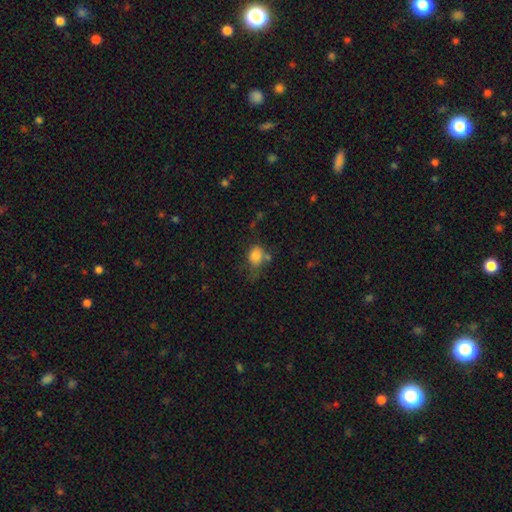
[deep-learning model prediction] This appears to be a smooth galaxy with no disk features (80%) that is in between round and cigar-shaped (50%). Merging: none (43%).